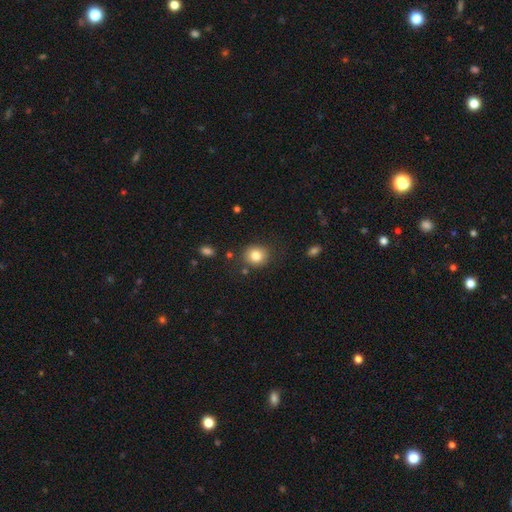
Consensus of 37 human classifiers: Smooth or featured: smooth — 92% (star or artifact — 5%)
How rounded: round — 85% (in between — 15%)
Merging: none — 94% (minor disturbance — 3%)